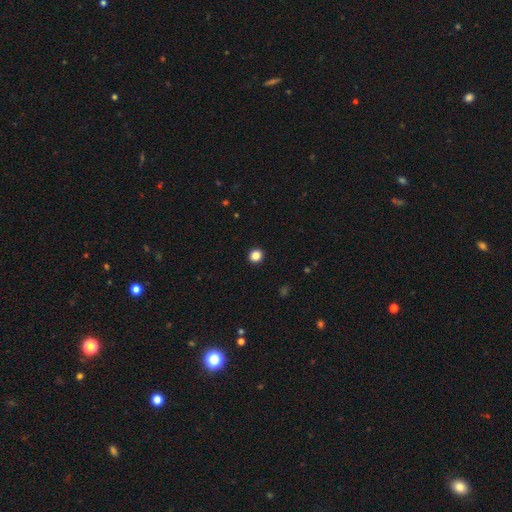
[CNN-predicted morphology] The model was most divided on "smooth or featured": smooth: 85%, star or artifact: 11%, featured or disk: 4%. More confident: merging — none (94%); how rounded — round (92%).